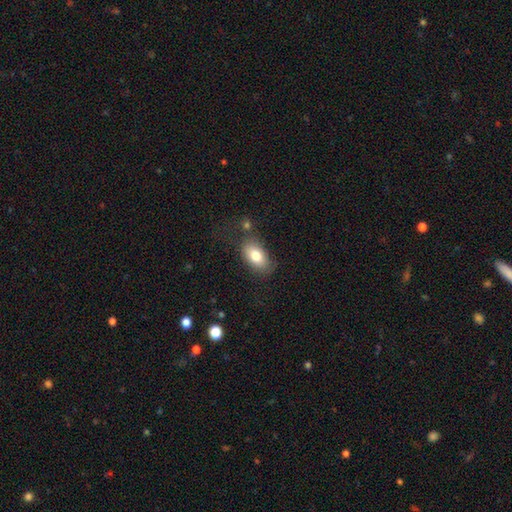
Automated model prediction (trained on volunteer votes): Q: Smooth or featured?
A: smooth (79%); runner-up: featured or disk (14%)
Q: How rounded?
A: in between (90%); runner-up: round (8%)
Q: Merging?
A: none (68%); runner-up: minor disturbance (19%)